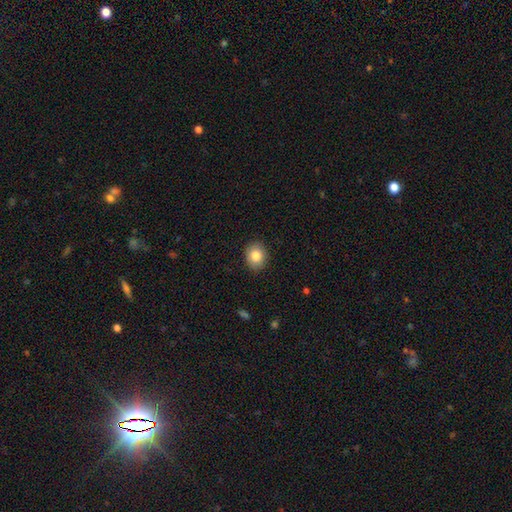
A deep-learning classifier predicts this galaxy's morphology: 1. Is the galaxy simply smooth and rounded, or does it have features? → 84% smooth, 8% star or artifact, 7% featured or disk.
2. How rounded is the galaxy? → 55% round, 44% in between, 1% cigar-shaped.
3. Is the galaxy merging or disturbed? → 88% none, 9% minor disturbance, 2% major disturbance, 1% merger.